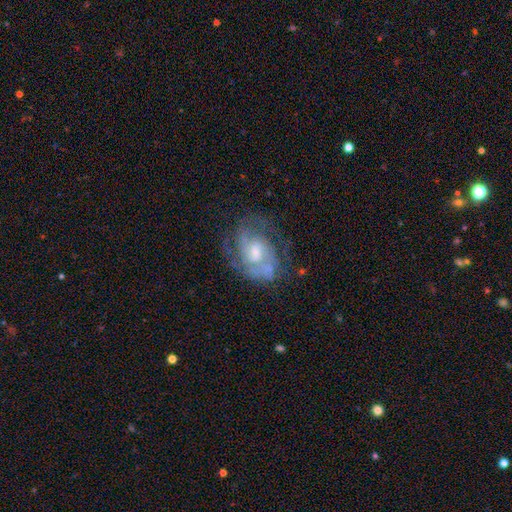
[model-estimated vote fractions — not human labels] Overall: featured or disk (80%). Edge-on disk: no (97%). Bar: no (55%; weak 37%). Spiral arms: yes (90%). Spiral arm count: 2 (48%; can't tell 26%). Spiral winding: tight (46%; medium 42%). Bulge size: moderate (54%; small 29%). Merging: none (64%).